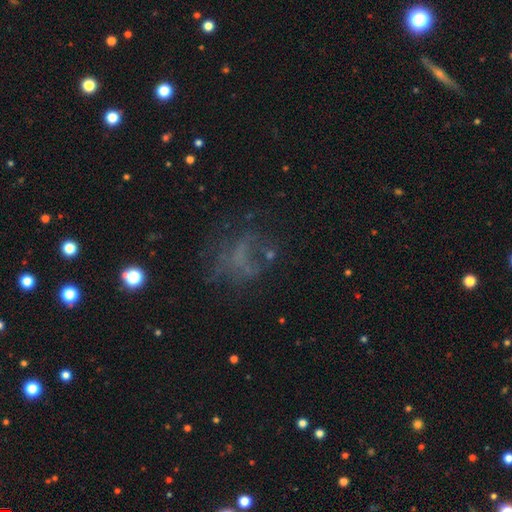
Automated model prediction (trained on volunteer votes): Q: Smooth or featured?
A: star or artifact (34%); tied with: featured or disk (34%)